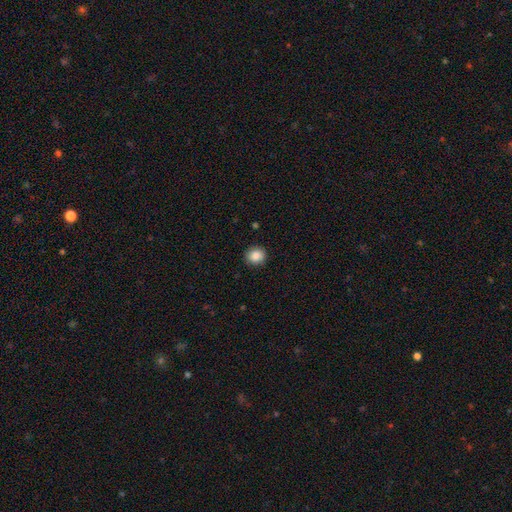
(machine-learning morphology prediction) A smooth galaxy with no disk features (86%) that is round (85%). Merging: none (90%).